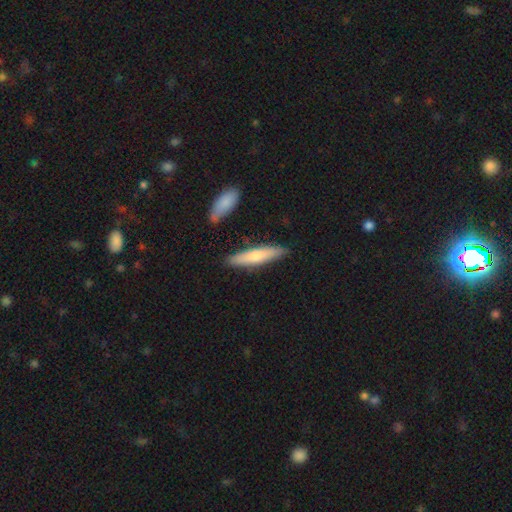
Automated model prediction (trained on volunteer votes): Overall: smooth (67%; featured or disk 27%). How rounded: cigar-shaped (82%). Merging: none (84%).